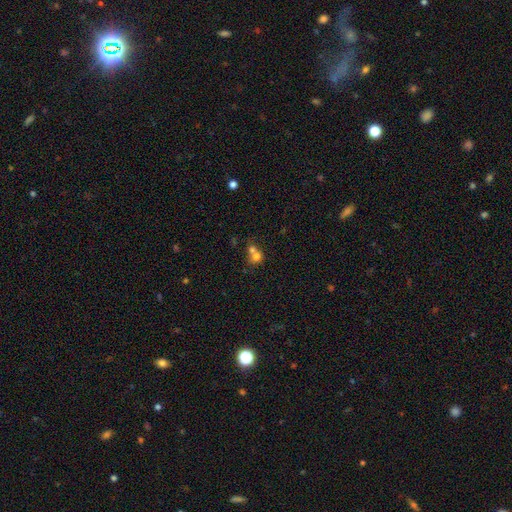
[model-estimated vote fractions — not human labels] Q: Smooth or featured?
A: smooth (71%); runner-up: featured or disk (15%)
Q: How rounded?
A: round (76%); runner-up: in between (23%)
Q: Merging?
A: merger (61%); runner-up: none (30%)